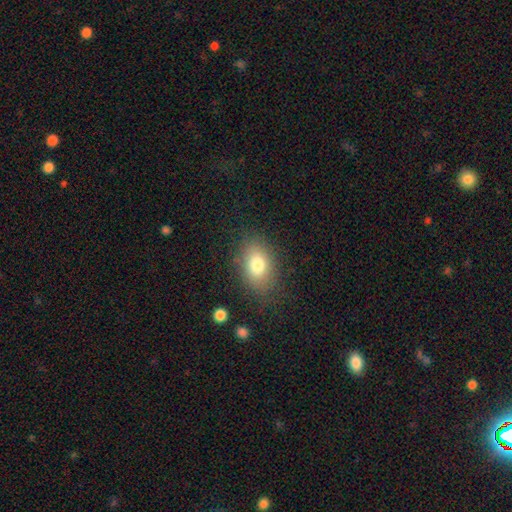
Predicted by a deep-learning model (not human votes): smooth 78%, featured or disk 12%, star or artifact 11%. Down the decision tree: how rounded — in between (80%); merging — none (83%).